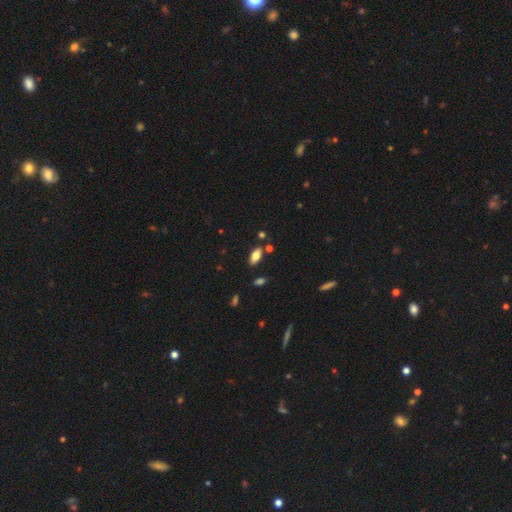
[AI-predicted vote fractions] This is likely a smooth galaxy (77%). How rounded: clearly in between (90%). Merging: likely none (79%).